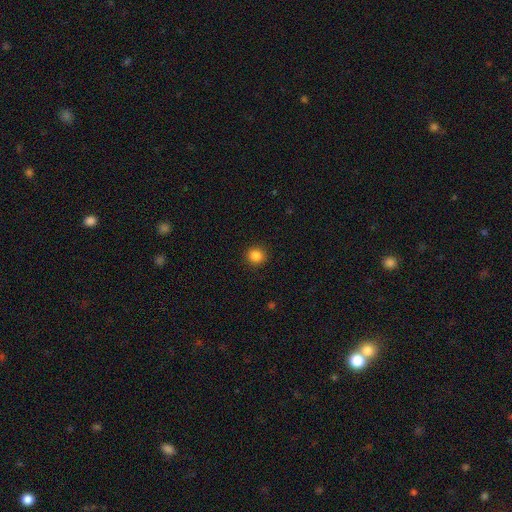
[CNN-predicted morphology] This appears to be a smooth galaxy with no disk features (85%) that is round (89%). Merging: none (91%).